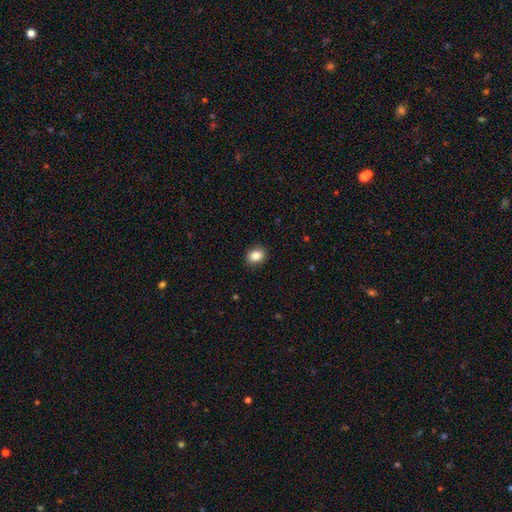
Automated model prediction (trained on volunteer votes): smooth 87%, star or artifact 9%, featured or disk 4%. Down the decision tree: how rounded — in between (55%); merging — none (89%).